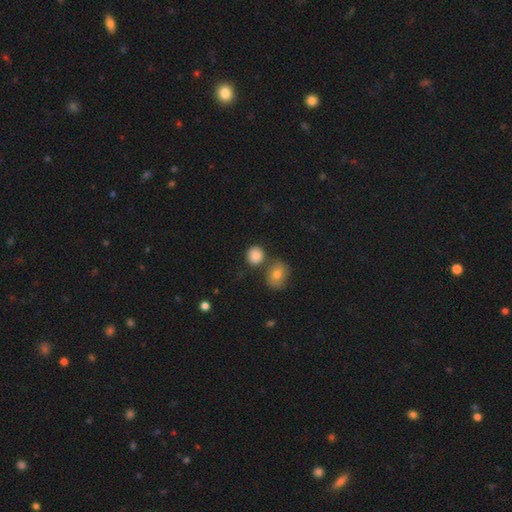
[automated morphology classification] This is clearly a smooth galaxy (85%). How rounded: likely round (78%). Merging: likely none (69%).